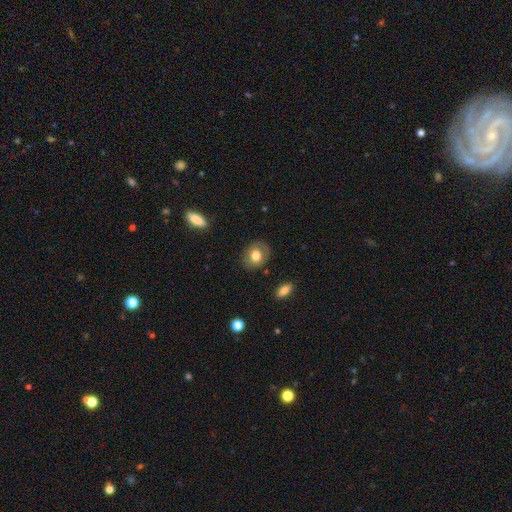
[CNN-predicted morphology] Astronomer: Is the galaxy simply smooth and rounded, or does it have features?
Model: smooth — 71%.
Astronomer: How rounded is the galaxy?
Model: round — 59% (runner-up: in between, 40%).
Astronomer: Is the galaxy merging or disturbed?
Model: none — 78%.